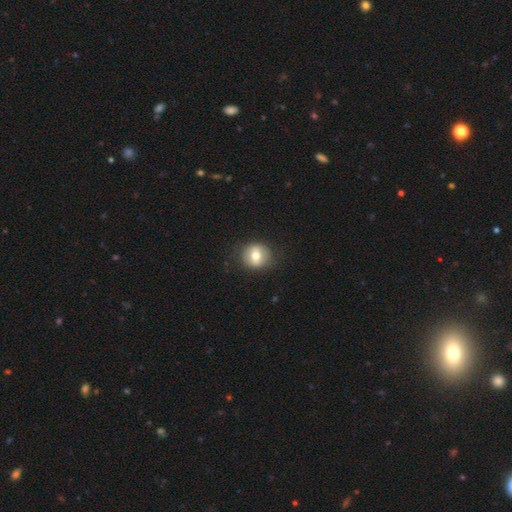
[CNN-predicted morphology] Q: Smooth or featured?
A: smooth (61%); runner-up: featured or disk (30%)
Q: How rounded?
A: round (82%); runner-up: in between (17%)
Q: Merging?
A: none (85%); runner-up: minor disturbance (10%)